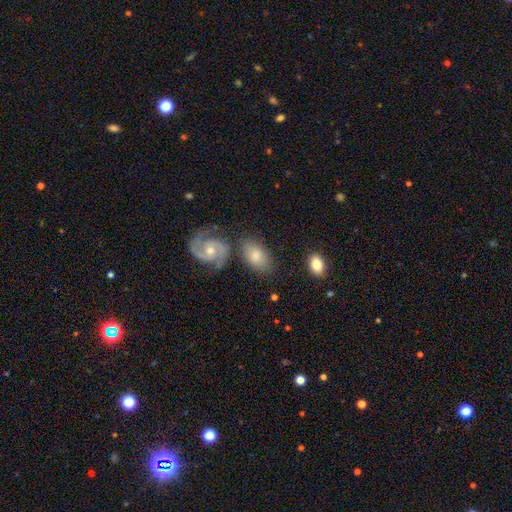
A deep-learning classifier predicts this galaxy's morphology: smooth_or_featured: smooth (p=0.66) [alt: featured or disk p=0.27]
how_rounded: in between (p=0.90) [alt: round p=0.08]
merging: none (p=0.64) [alt: minor disturbance p=0.18]